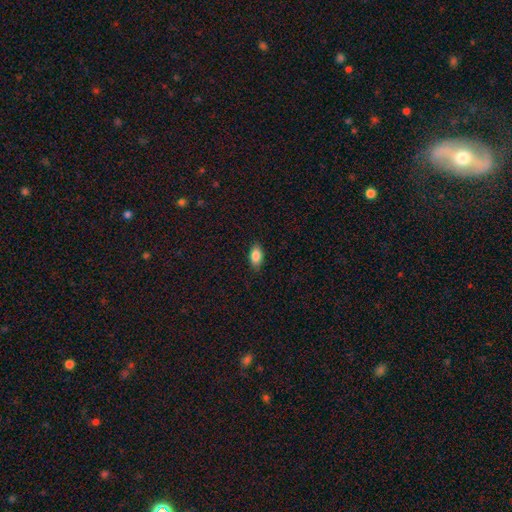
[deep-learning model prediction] Morphology: type=smooth (85%); roundness=in between (90%); merging=none (86%).